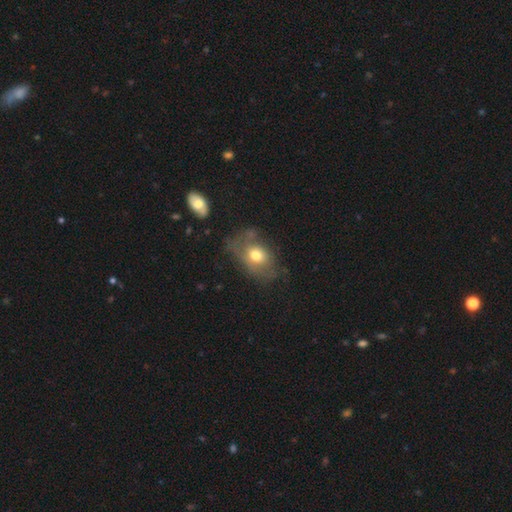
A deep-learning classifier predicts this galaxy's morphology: Q: Smooth or featured?
A: smooth (61%); runner-up: featured or disk (30%)
Q: How rounded?
A: in between (69%); runner-up: round (29%)
Q: Merging?
A: none (43%); runner-up: minor disturbance (29%)